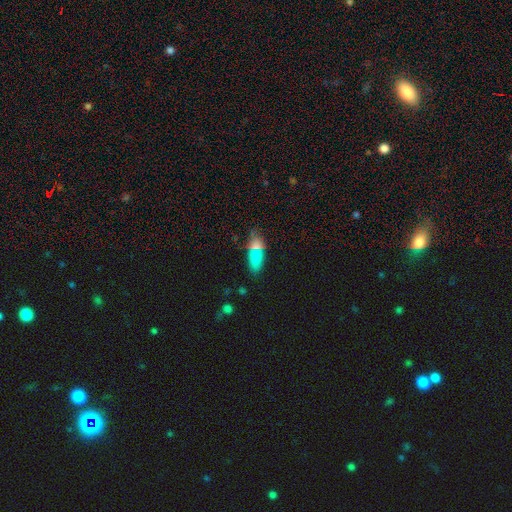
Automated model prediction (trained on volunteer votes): Overall: smooth (73%). How rounded: in between (77%). Merging: none (72%).